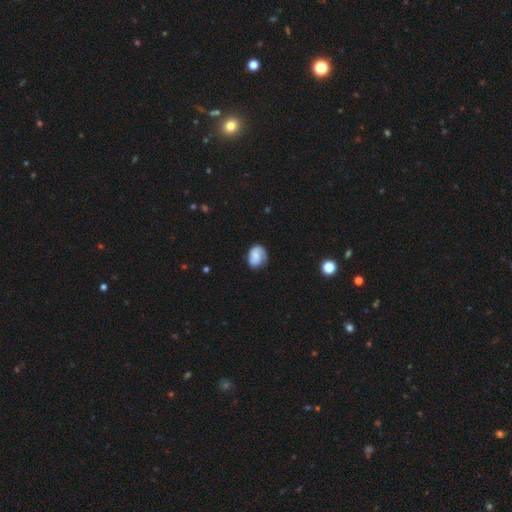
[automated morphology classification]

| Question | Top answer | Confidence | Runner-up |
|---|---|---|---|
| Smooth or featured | smooth | 53% | featured or disk (39%) |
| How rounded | in between | 56% | round (43%) |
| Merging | none | 66% | minor disturbance (24%) |